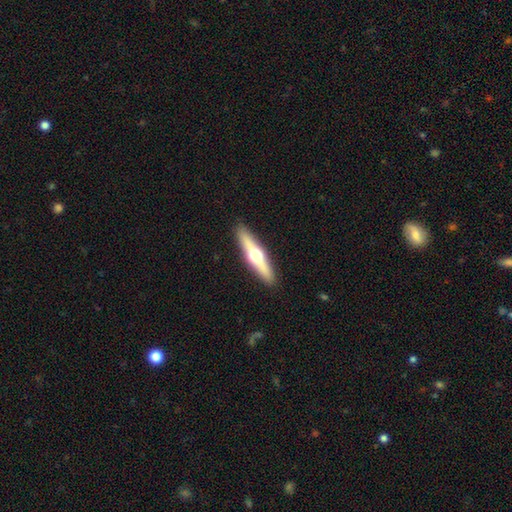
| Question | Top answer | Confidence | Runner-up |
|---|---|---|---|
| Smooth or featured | featured or disk | 65% | smooth (35%) |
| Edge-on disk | yes | 100% | — |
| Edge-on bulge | rounded | 100% | — |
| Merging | none | 92% | minor disturbance (5%) |